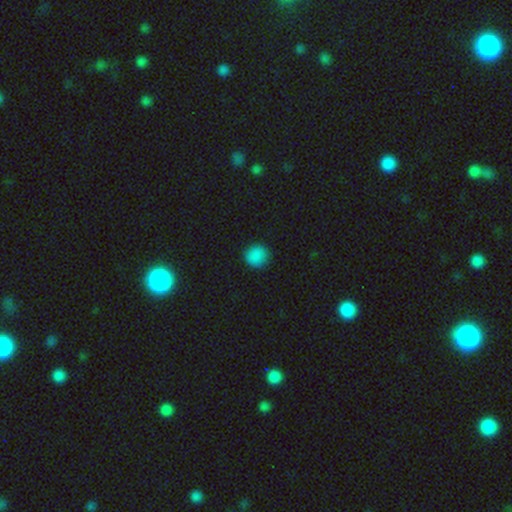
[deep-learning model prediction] Morphology: type=smooth (86%); roundness=round (90%); merging=none (90%).